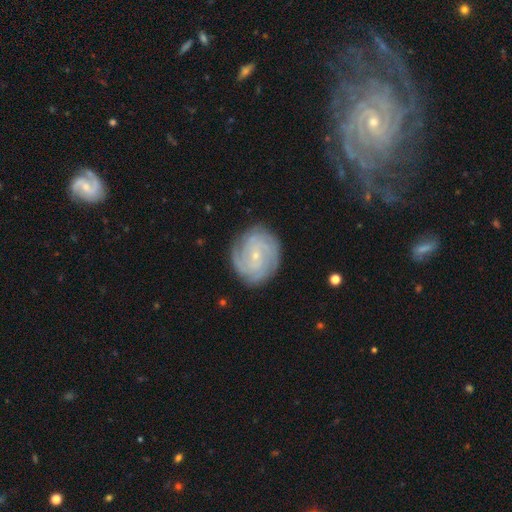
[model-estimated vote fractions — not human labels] Smooth or featured? Predicted: featured or disk (p=0.82). Edge-on disk? Predicted: no (p=0.97). Bar? Predicted: no (p=0.63). Spiral arms? Predicted: yes (p=0.96). Spiral winding? Predicted: tight (p=0.73). Spiral arm count? Predicted: can't tell (p=0.29). Bulge size? Predicted: small (p=0.82). Merging? Predicted: none (p=0.82).